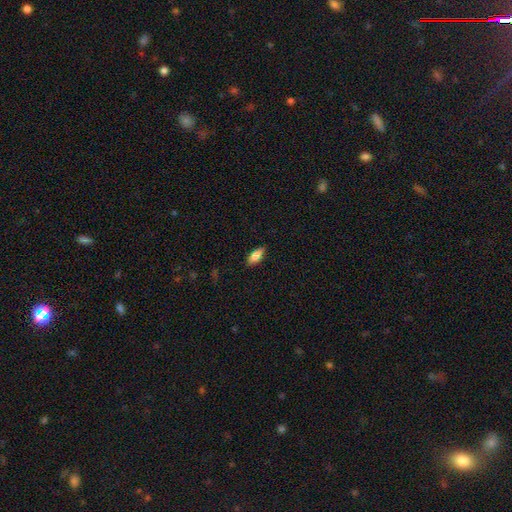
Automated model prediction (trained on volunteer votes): A smooth galaxy with no disk features (71%) that is in between round and cigar-shaped (81%). Merging: none (87%).